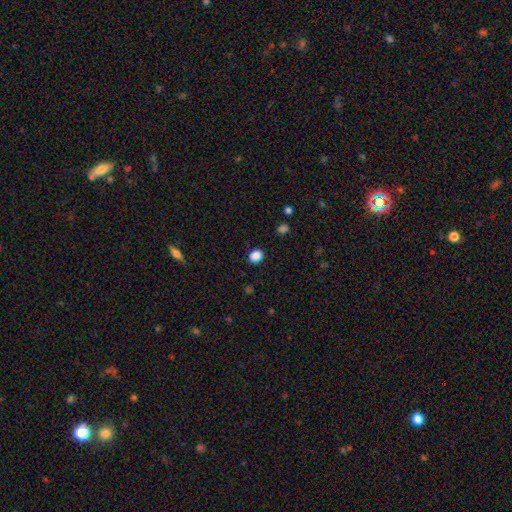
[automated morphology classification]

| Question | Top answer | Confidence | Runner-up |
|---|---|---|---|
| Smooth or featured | smooth | 87% | star or artifact (10%) |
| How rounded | round | 60% | in between (39%) |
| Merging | none | 90% | minor disturbance (7%) |